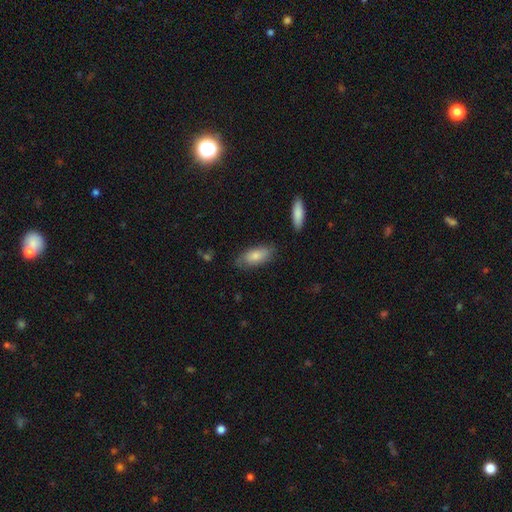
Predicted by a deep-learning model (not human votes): Smooth or featured? Predicted: smooth (p=0.80). How rounded? Predicted: in between (p=0.83). Merging? Predicted: none (p=0.74).